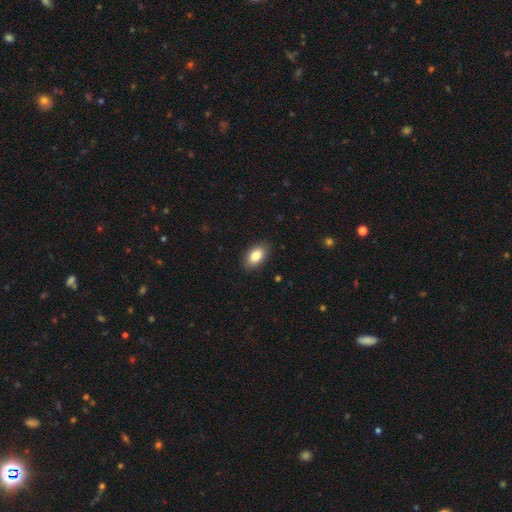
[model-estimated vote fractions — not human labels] smooth-or-featured: smooth: 86% | featured or disk: 7% | star or artifact: 7%
  how-rounded: in between: 92% | round: 6% | cigar-shaped: 2%
  merging: none: 87% | minor disturbance: 9% | major disturbance: 2% | merger: 1%